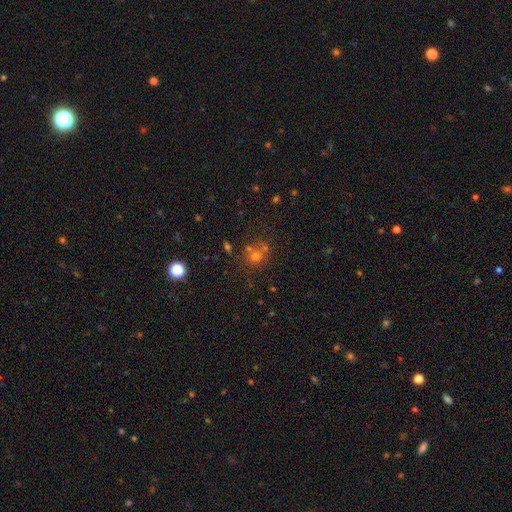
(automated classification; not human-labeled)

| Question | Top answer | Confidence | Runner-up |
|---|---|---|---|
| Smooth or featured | smooth | 56% | star or artifact (30%) |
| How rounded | round | 85% | in between (14%) |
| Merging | none | 57% | merger (30%) |